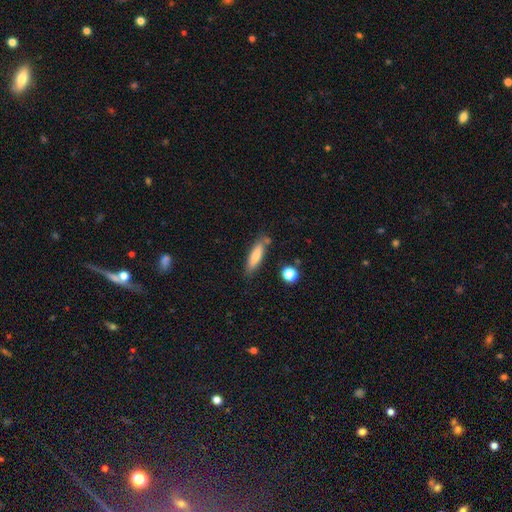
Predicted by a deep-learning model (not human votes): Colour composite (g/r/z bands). It shows a smooth galaxy with no disk features (72%) that is cigar-shaped (68%). Merging: none (75%).